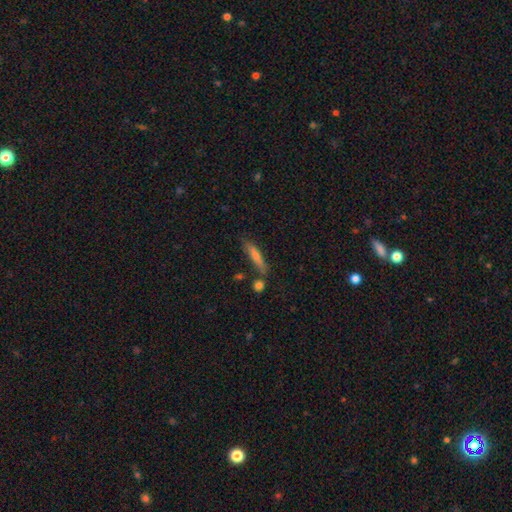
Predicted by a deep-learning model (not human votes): A smooth galaxy with no disk features (55%) that is cigar-shaped (86%).

Vote fractions:
- Smooth or featured? smooth: 55% / featured or disk: 35% / star or artifact: 9%
- How rounded? cigar-shaped: 86% / in between: 12% / round: 2%
- Merging? none: 74% / minor disturbance: 15% / merger: 8% / major disturbance: 4%